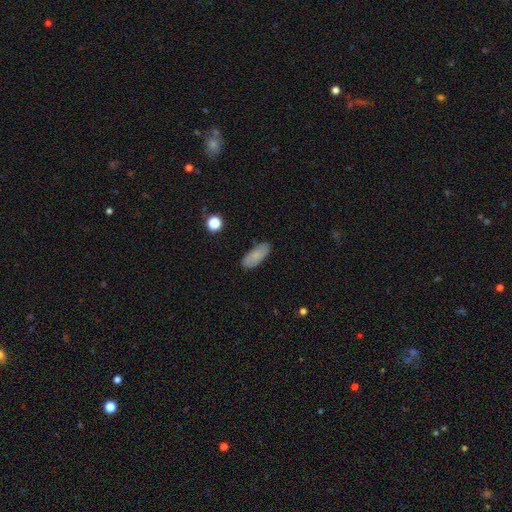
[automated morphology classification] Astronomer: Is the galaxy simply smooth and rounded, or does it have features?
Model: smooth — 81%.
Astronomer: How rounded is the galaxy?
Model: in between — 81%.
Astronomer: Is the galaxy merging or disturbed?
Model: none — 82%.